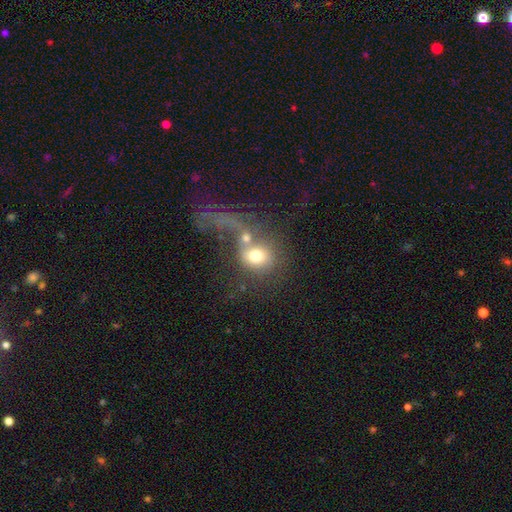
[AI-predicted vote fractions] smooth 61%, featured or disk 28%, star or artifact 11%. Down the decision tree: how rounded — round (70%); merging — merger (50%).